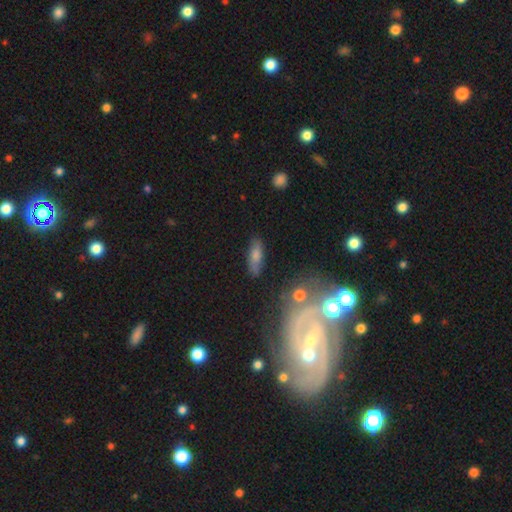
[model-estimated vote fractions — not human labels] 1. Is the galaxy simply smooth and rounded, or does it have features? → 71% smooth, 20% featured or disk, 10% star or artifact.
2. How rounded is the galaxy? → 54% in between, 43% cigar-shaped, 3% round.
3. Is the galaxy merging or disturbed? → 80% none, 15% minor disturbance, 3% major disturbance, 3% merger.